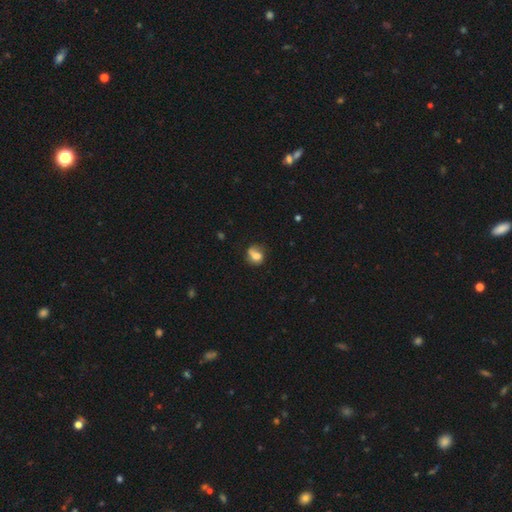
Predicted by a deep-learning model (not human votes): Smooth or featured?
  - smooth: 64% *
  - featured or disk: 26%
  - star or artifact: 10%
How rounded?
  - round: 60% *
  - in between: 38%
  - cigar-shaped: 1%
Merging?
  - none: 50% *
  - minor disturbance: 26%
  - major disturbance: 13%
  - merger: 12%